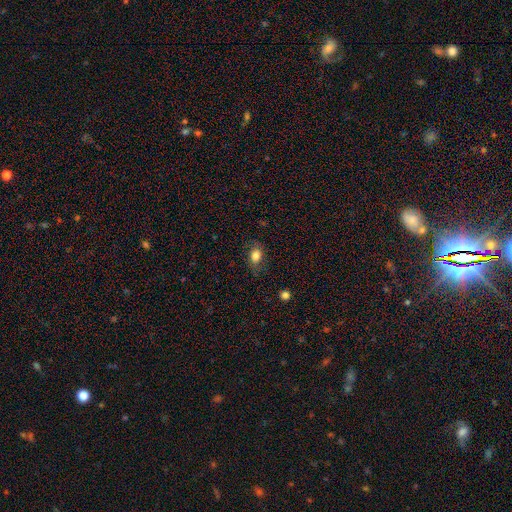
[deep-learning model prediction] Smooth or featured: smooth — 80% (featured or disk — 11%)
How rounded: in between — 76% (round — 22%)
Merging: none — 75% (minor disturbance — 18%)